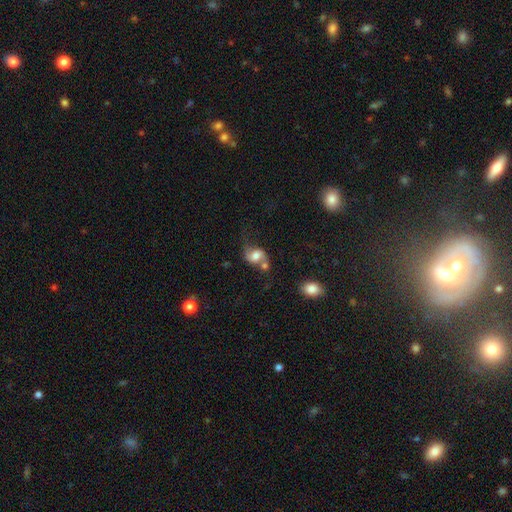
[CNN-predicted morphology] smooth 56%, featured or disk 34%, star or artifact 10%. Down the decision tree: how rounded — in between (58%); merging — merger (34%).